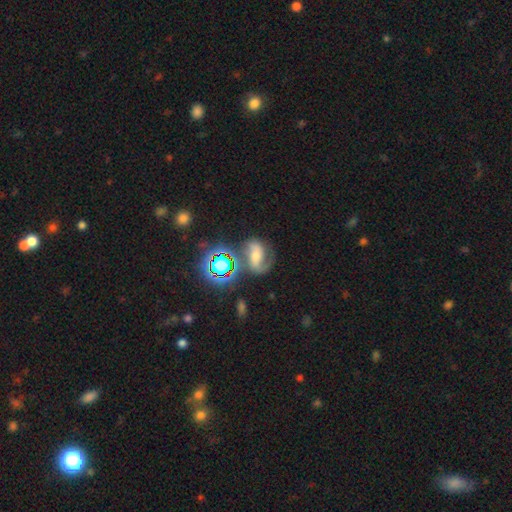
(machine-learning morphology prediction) This appears to be a featured or disk galaxy (68%) with a strong bar (37%), 2 (84%) medium (46%) spiral arms (93%) and a moderate central bulge (49%). Merging: none (61%).